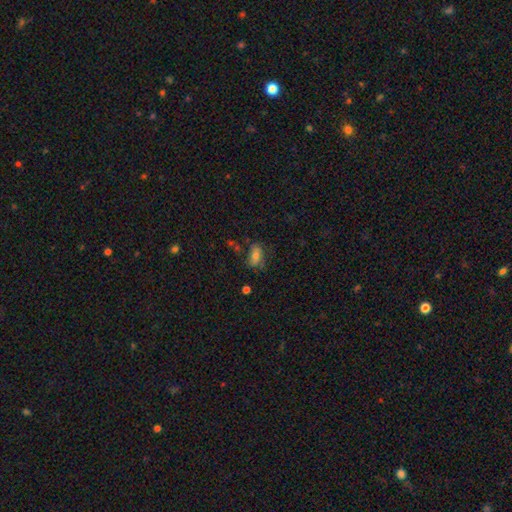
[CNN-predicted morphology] Smooth or featured? smooth (63%)
How rounded? in between (84%)
Merging? none (60%)